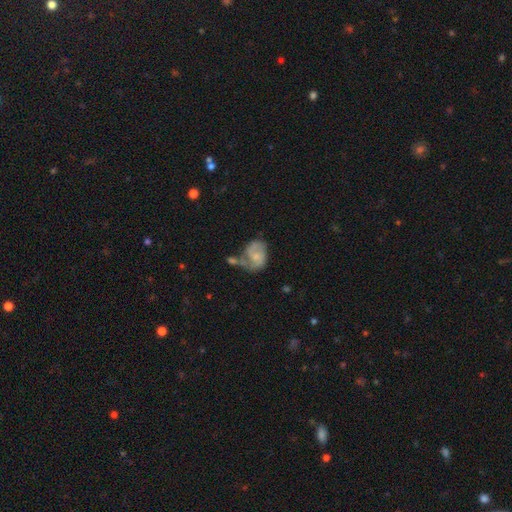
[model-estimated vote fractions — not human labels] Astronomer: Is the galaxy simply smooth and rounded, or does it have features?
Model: featured or disk — 58% (runner-up: smooth, 35%).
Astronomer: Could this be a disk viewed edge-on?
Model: no — 98%.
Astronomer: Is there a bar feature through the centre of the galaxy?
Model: no — 68%.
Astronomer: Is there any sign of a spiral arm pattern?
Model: yes — 79%.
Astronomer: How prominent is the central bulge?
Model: small — 43% (runner-up: moderate, 32%).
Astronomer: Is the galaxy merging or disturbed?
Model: none — 30% (runner-up: major disturbance, 24%).